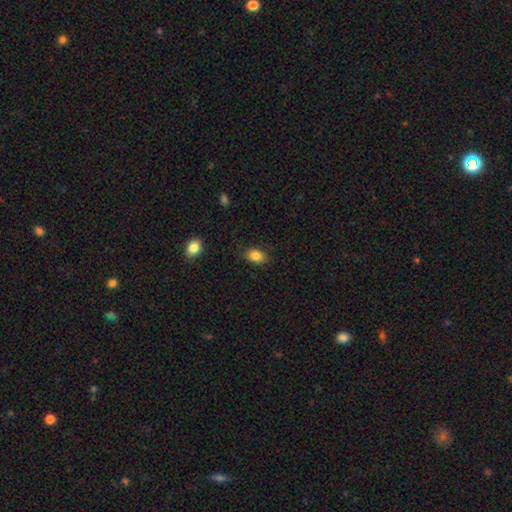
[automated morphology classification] The model was most divided on "how rounded": in between: 79%, round: 20%, cigar-shaped: 1%. More confident: smooth or featured — smooth (85%); merging — none (83%).